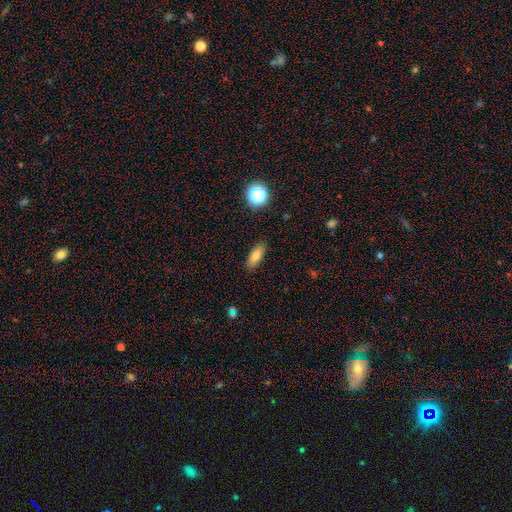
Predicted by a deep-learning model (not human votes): smooth 79%, featured or disk 12%, star or artifact 10%. Down the decision tree: how rounded — in between (69%); merging — none (88%).